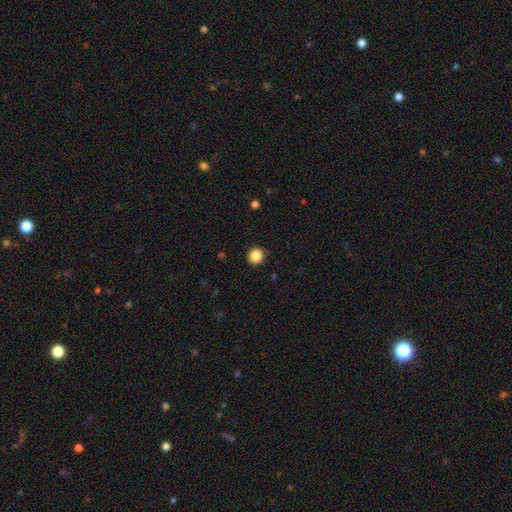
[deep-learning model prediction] smooth 87%, star or artifact 10%, featured or disk 3%. Down the decision tree: how rounded — round (91%); merging — none (91%).